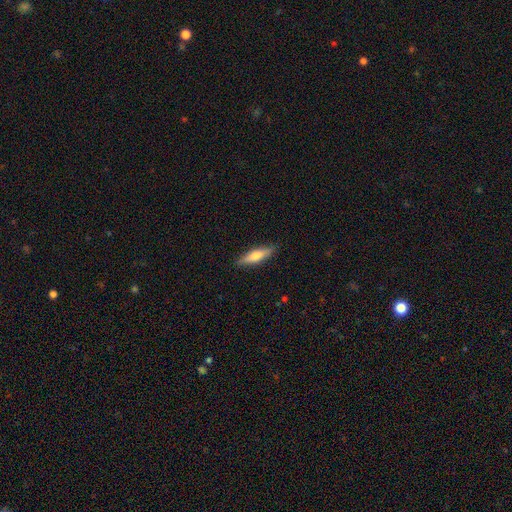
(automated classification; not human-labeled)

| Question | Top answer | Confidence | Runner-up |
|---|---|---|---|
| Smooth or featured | smooth | 60% | featured or disk (35%) |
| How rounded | cigar-shaped | 70% | in between (28%) |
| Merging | none | 88% | minor disturbance (9%) |